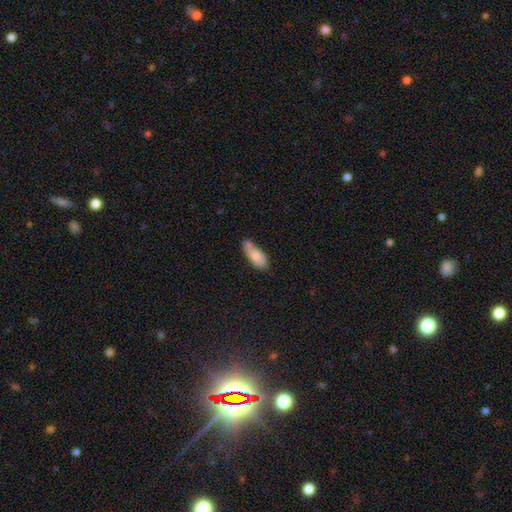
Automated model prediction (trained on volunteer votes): Smooth or featured?
  - smooth: 81% *
  - featured or disk: 12%
  - star or artifact: 7%
How rounded?
  - in between: 77% *
  - cigar-shaped: 21%
  - round: 2%
Merging?
  - none: 43% *
  - minor disturbance: 30%
  - merger: 19%
  - major disturbance: 8%